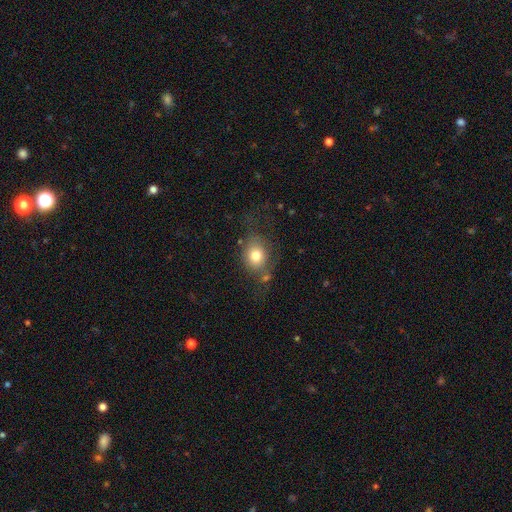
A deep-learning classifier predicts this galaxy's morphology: Smooth or featured? Predicted: smooth (p=0.76). How rounded? Predicted: round (p=0.58). Merging? Predicted: none (p=0.60).